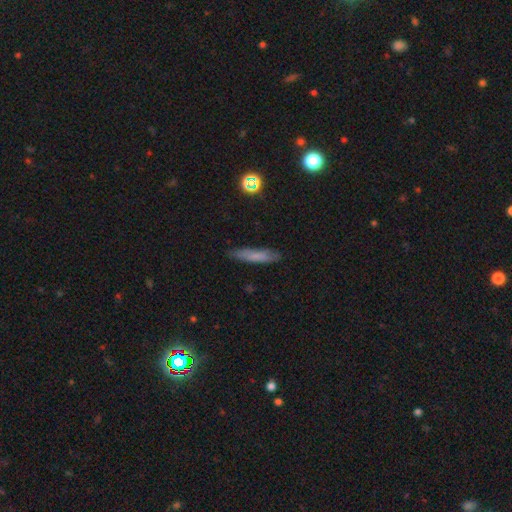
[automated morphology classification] Overall: smooth (71%). How rounded: cigar-shaped (83%). Merging: none (82%).